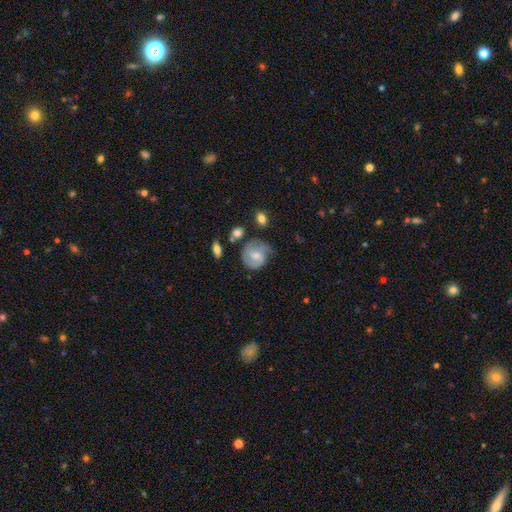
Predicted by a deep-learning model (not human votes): Morphology: type=featured or disk (62%); edge-on=no (97%); bar=weak (48%); spiral arms=yes (89%); winding=medium (43%); arm count=2 (59%); bulge=small (44%); merging=none (60%).